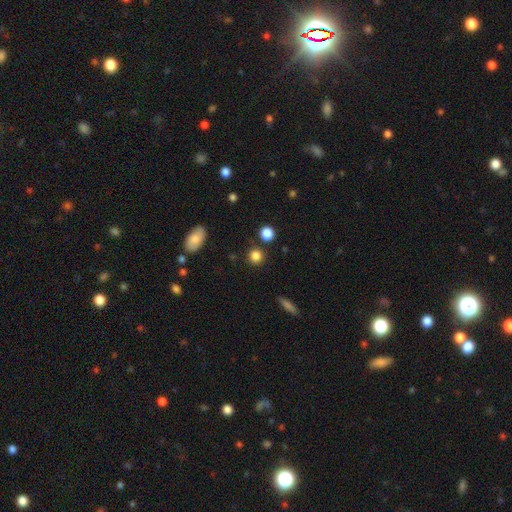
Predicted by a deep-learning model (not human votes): Smooth or featured: smooth — 84% (star or artifact — 11%)
How rounded: round — 90% (in between — 9%)
Merging: none — 86% (minor disturbance — 7%)